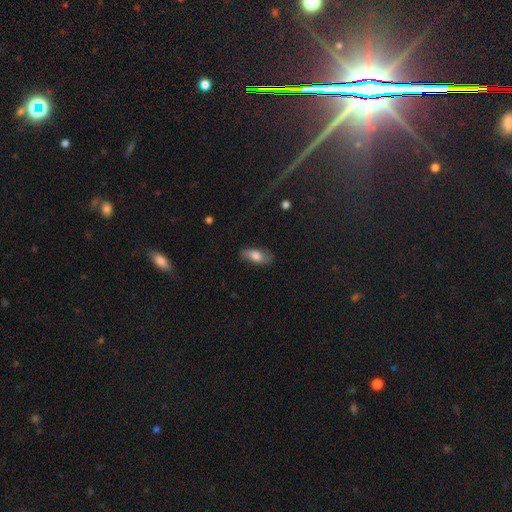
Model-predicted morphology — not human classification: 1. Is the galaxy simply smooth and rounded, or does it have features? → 71% smooth, 22% featured or disk, 7% star or artifact.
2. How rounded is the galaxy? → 80% in between, 16% cigar-shaped, 4% round.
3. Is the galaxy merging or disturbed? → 78% none, 17% minor disturbance, 4% major disturbance, 1% merger.